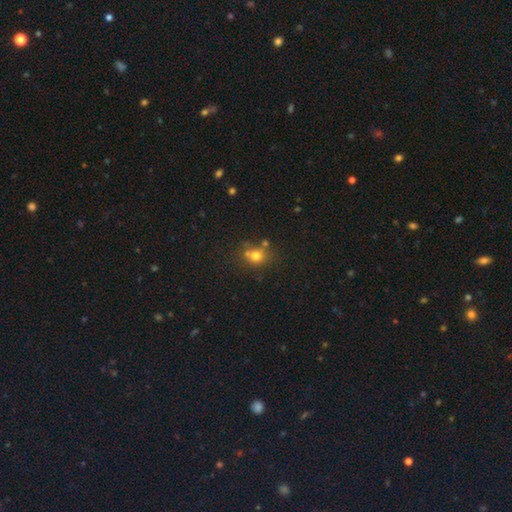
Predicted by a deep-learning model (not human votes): The model was most divided on "merging": none: 59%, merger: 22%, minor disturbance: 13%, major disturbance: 5%. More confident: how rounded — round (76%); smooth or featured — smooth (72%).